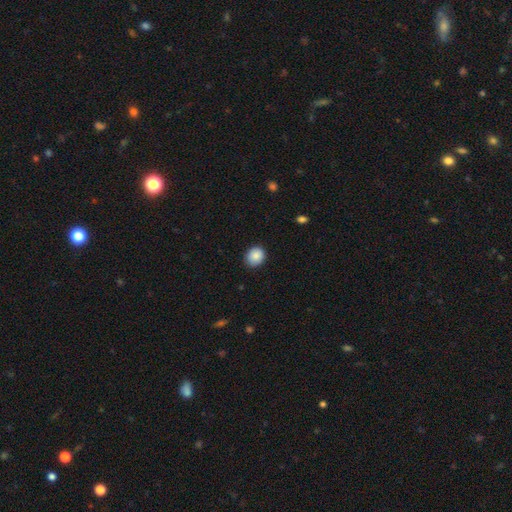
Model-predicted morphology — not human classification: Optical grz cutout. It shows a smooth galaxy with no disk features (88%) that is round (69%). Merging: none (85%).